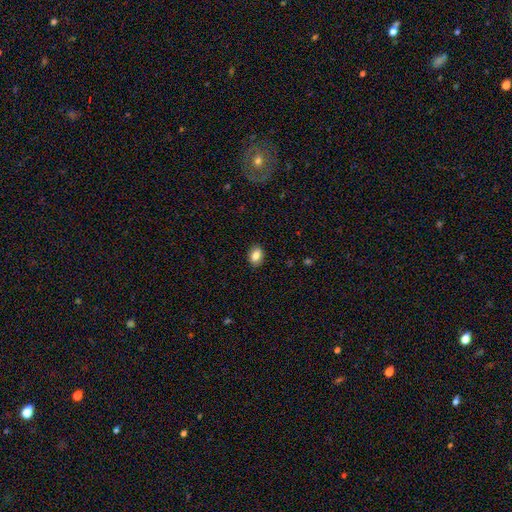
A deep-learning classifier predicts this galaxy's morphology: Smooth or featured? Predicted: smooth (p=0.83). How rounded? Predicted: in between (p=0.72). Merging? Predicted: none (p=0.88).